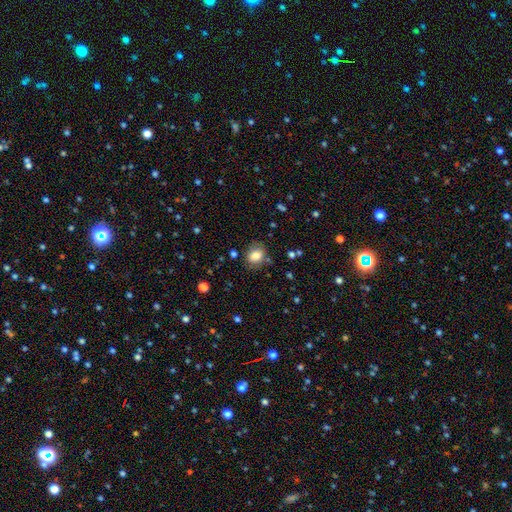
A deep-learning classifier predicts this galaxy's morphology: type=smooth (80%); roundness=in between (52%); merging=none (77%).